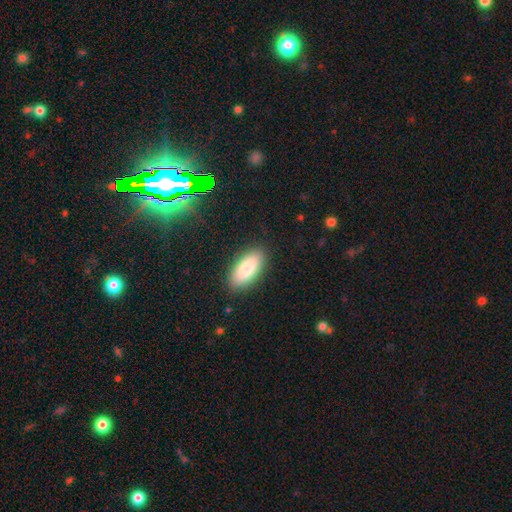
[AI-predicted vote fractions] smooth 71%, star or artifact 19%, featured or disk 10%. Down the decision tree: how rounded — in between (87%); merging — none (89%).